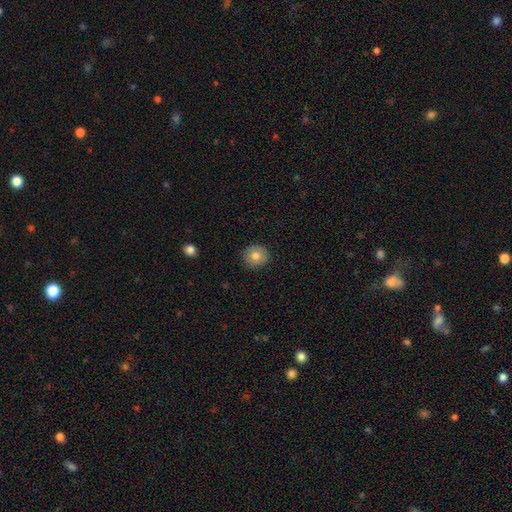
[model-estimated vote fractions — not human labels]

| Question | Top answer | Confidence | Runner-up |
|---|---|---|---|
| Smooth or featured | smooth | 79% | featured or disk (12%) |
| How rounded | round | 90% | in between (10%) |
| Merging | none | 89% | minor disturbance (8%) |